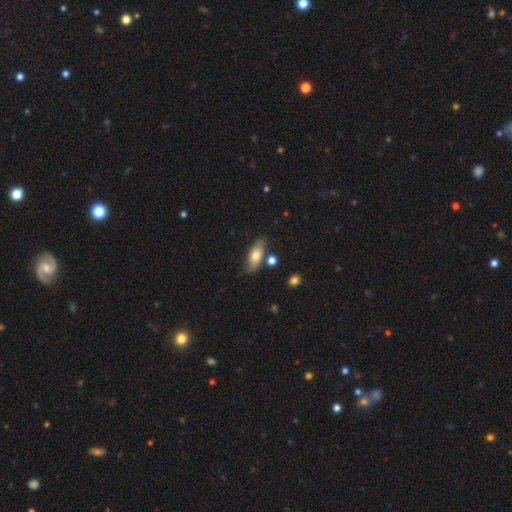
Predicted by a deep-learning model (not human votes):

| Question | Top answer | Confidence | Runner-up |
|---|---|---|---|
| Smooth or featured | smooth | 65% | featured or disk (28%) |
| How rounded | in between | 79% | cigar-shaped (17%) |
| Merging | none | 70% | minor disturbance (18%) |